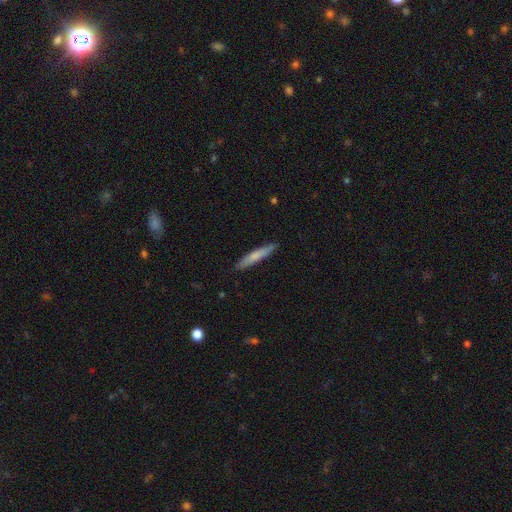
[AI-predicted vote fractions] This is likely a smooth galaxy (71%). How rounded: clearly cigar-shaped (94%). Merging: clearly none (89%).